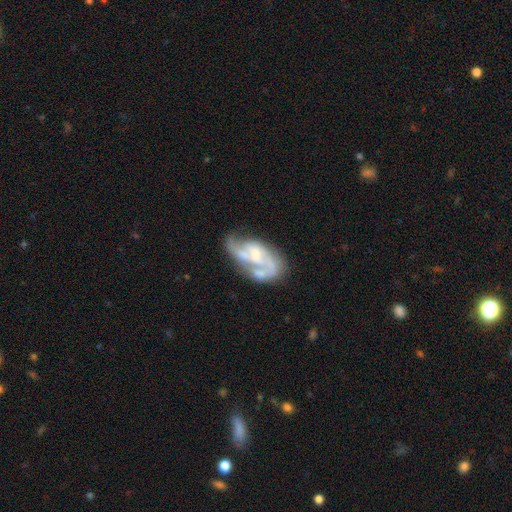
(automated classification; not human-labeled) Smooth or featured: featured or disk — 79% (smooth — 15%)
Edge-on disk: no — 97% (yes — 3%)
Bar: no — 50% (weak — 40%)
Spiral arms: yes — 83% (no — 17%)
Spiral winding: medium — 46% (loose — 28%)
Spiral arm count: 2 — 52% (can't tell — 19%)
Bulge size: small — 39% (moderate — 36%)
Merging: none — 40% (major disturbance — 25%)